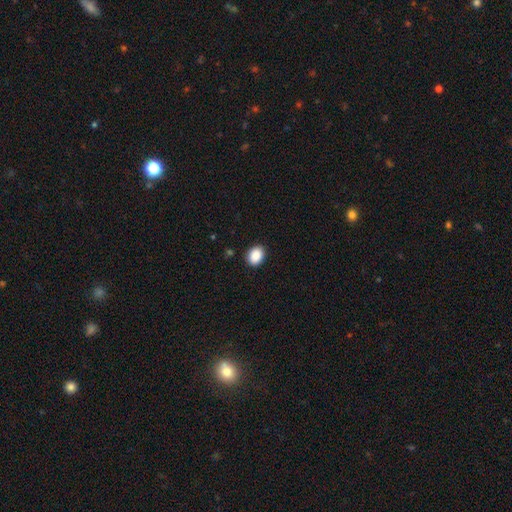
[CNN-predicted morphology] Smooth or featured? smooth (89%)
How rounded? in between (61%)
Merging? none (89%)